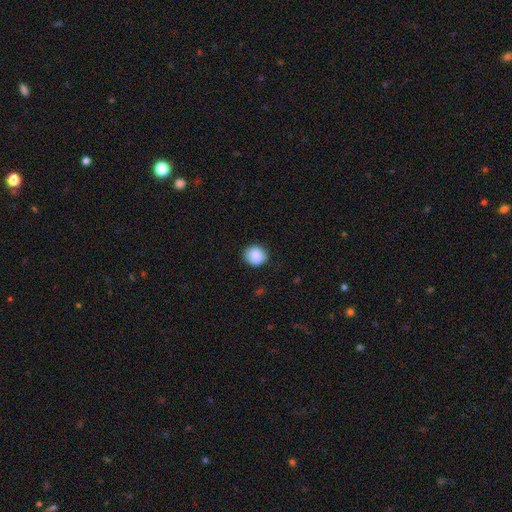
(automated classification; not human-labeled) This appears to be a smooth galaxy with no disk features (89%) that is round (85%). Merging: none (85%).